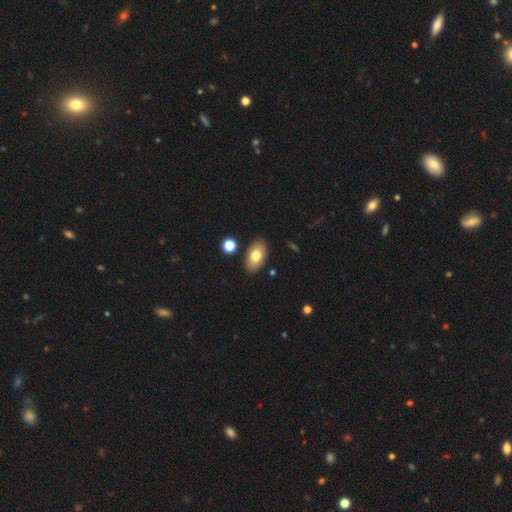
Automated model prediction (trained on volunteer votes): Overall: smooth (77%). How rounded: in between (92%). Merging: none (86%).